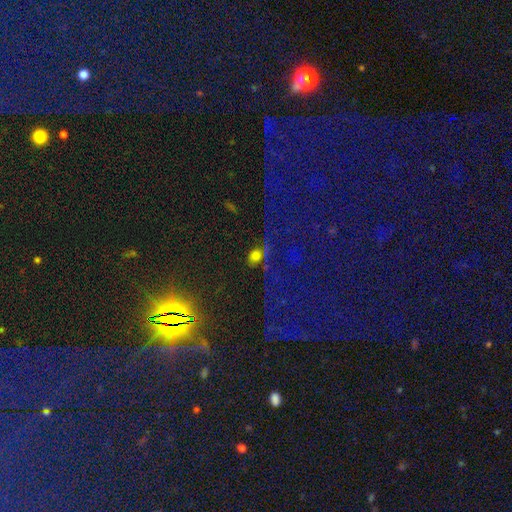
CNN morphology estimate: The model was most divided on "how rounded": round: 54%, in between: 42%, cigar-shaped: 5%. More confident: merging — none (63%); smooth or featured — smooth (55%).